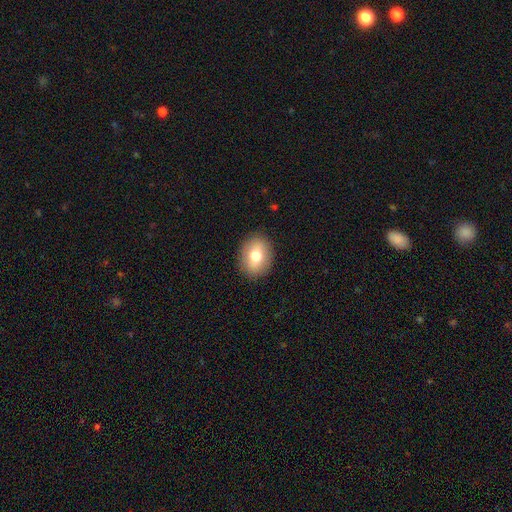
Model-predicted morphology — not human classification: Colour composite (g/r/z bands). It shows a smooth galaxy with no disk features (72%) that is in between round and cigar-shaped (57%). Merging: none (89%).